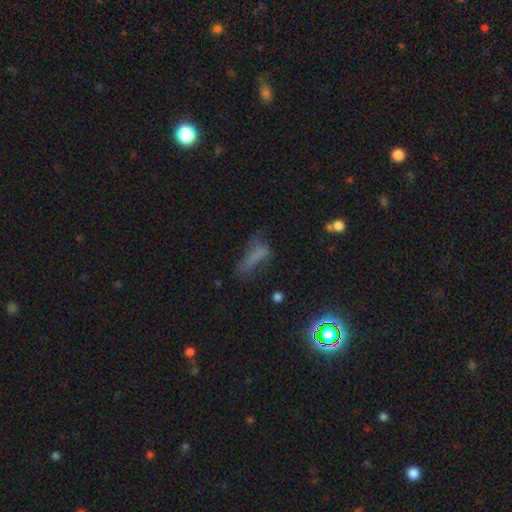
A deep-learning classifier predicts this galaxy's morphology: smooth-or-featured: smooth: 53% | featured or disk: 25% | star or artifact: 22%
  how-rounded: in between: 49% | cigar-shaped: 45% | round: 6%
  merging: none: 37% | major disturbance: 32% | minor disturbance: 26% | merger: 5%